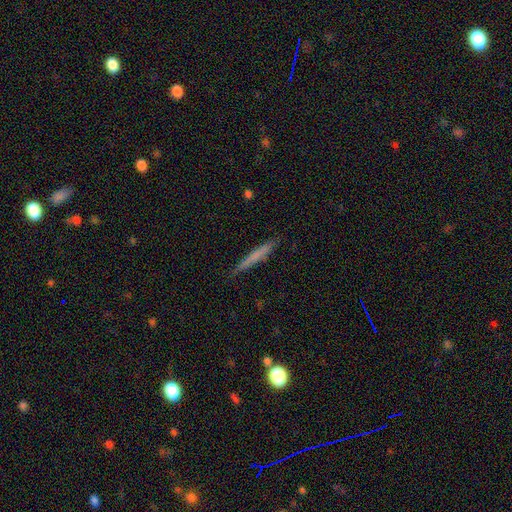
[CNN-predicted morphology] This appears to be a smooth galaxy with no disk features (61%) that is cigar-shaped (96%). Merging: none (87%).